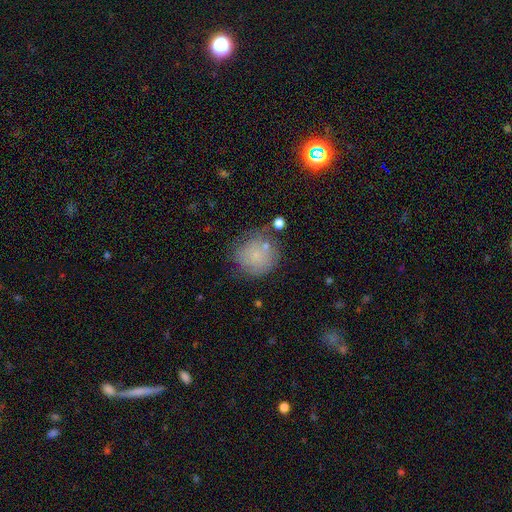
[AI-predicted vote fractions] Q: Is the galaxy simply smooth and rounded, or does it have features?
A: smooth — 74%.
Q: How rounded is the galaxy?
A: round — 90%.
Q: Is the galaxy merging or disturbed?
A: none — 59%.